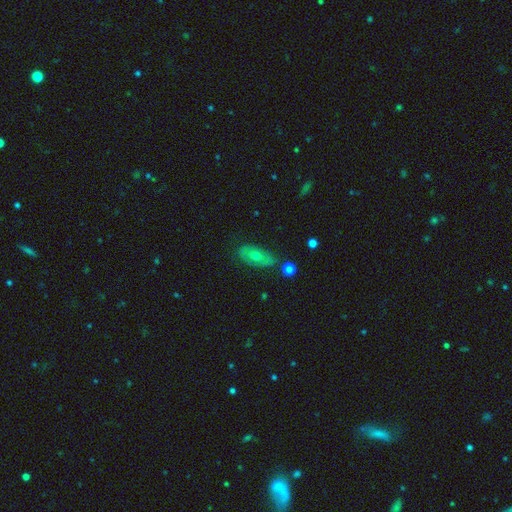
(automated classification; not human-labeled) Q: Smooth or featured?
A: smooth (46%); runner-up: featured or disk (43%)
Q: Merging?
A: none (75%); runner-up: minor disturbance (17%)